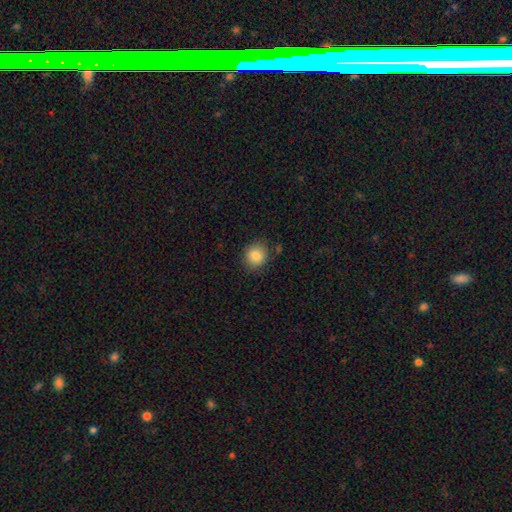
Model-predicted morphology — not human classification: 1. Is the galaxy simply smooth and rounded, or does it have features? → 84% smooth, 10% star or artifact, 7% featured or disk.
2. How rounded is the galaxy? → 80% round, 19% in between, 1% cigar-shaped.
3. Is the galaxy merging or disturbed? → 84% none, 11% minor disturbance, 3% major disturbance, 2% merger.